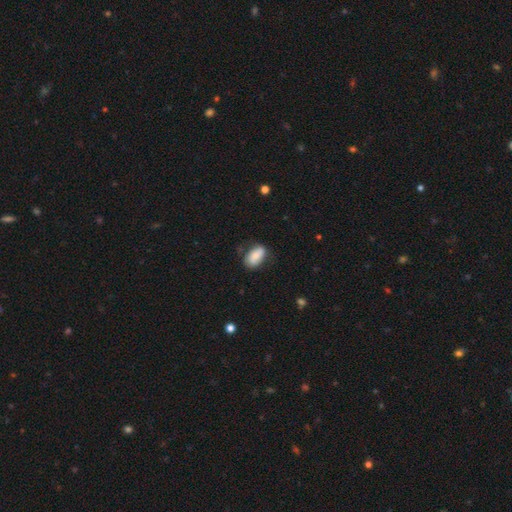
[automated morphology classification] type=smooth (79%); roundness=in between (92%); merging=none (67%).